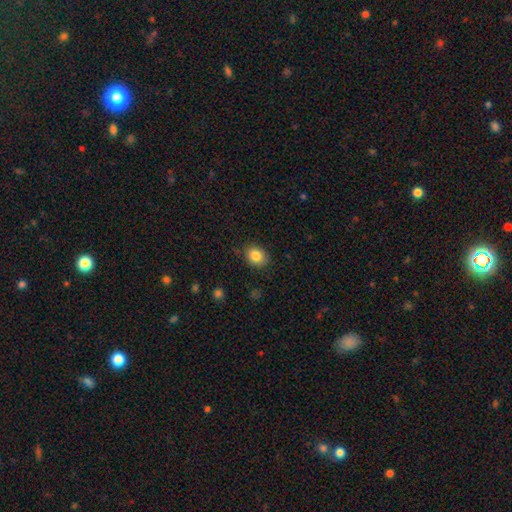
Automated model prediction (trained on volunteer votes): The model was most divided on "how rounded": round: 52%, in between: 47%, cigar-shaped: 1%. More confident: smooth or featured — smooth (85%); merging — none (84%).